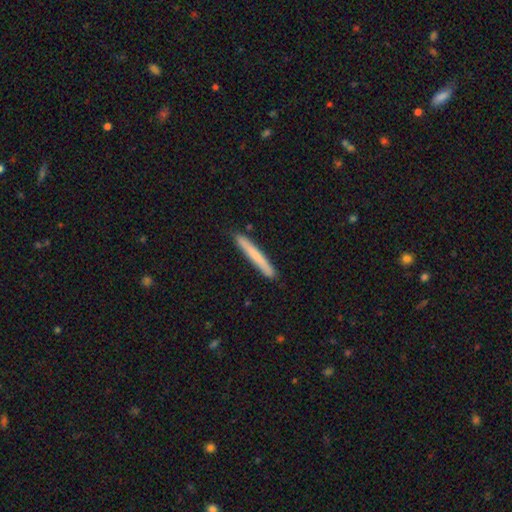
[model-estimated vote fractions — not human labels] Morphology: type=smooth (72%); roundness=cigar-shaped (97%); merging=none (89%).